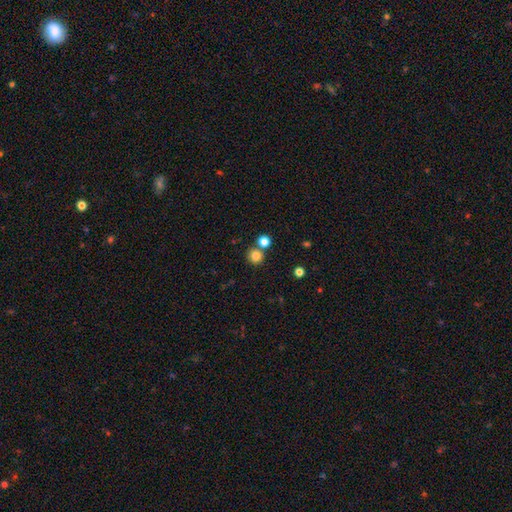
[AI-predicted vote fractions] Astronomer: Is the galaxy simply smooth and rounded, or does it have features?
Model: smooth — 81%.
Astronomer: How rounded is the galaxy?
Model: round — 92%.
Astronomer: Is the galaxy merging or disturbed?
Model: none — 70%.